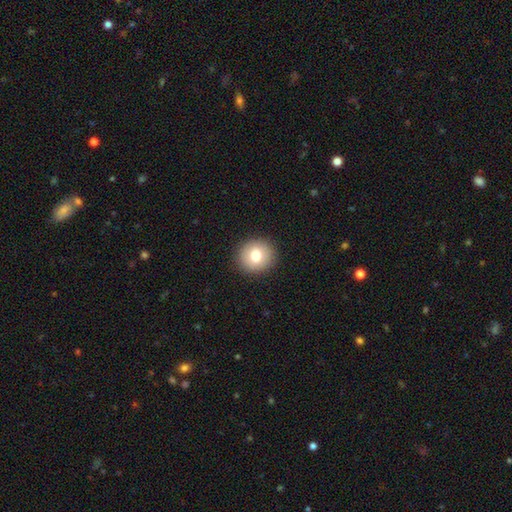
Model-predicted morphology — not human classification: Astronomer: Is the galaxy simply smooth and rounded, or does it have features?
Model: smooth — 77%.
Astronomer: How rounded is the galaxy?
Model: round — 86%.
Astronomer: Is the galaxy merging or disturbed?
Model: none — 91%.